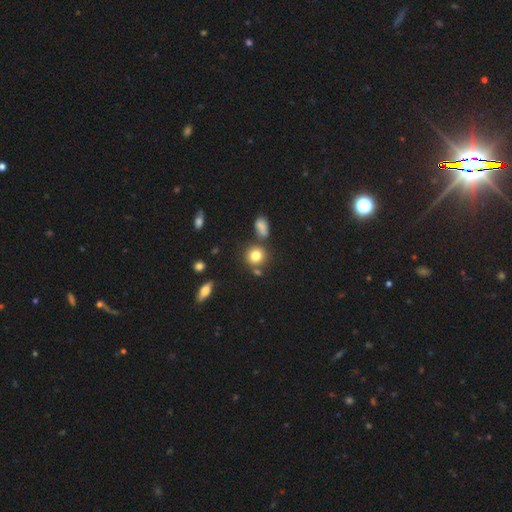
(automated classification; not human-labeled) A smooth galaxy with no disk features (80%) that is round (84%).

Vote fractions:
- Smooth or featured? smooth: 80% / star or artifact: 11% / featured or disk: 9%
- How rounded? round: 84% / in between: 15% / cigar-shaped: 1%
- Merging? none: 73% / merger: 13% / minor disturbance: 11% / major disturbance: 4%